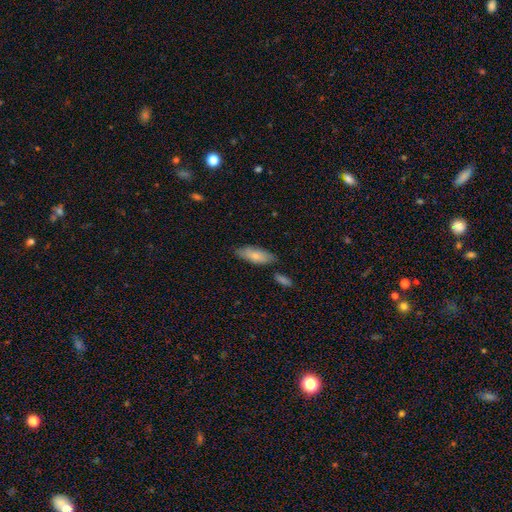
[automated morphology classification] smooth 77%, featured or disk 17%, star or artifact 6%. Down the decision tree: how rounded — in between (71%); merging — none (75%).